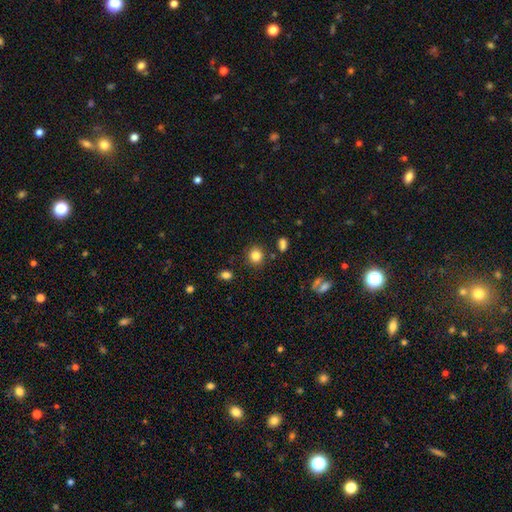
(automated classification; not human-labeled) smooth_or_featured: smooth (p=0.84) [alt: star or artifact p=0.11]
how_rounded: round (p=0.84) [alt: in between p=0.15]
merging: none (p=0.84) [alt: minor disturbance p=0.09]